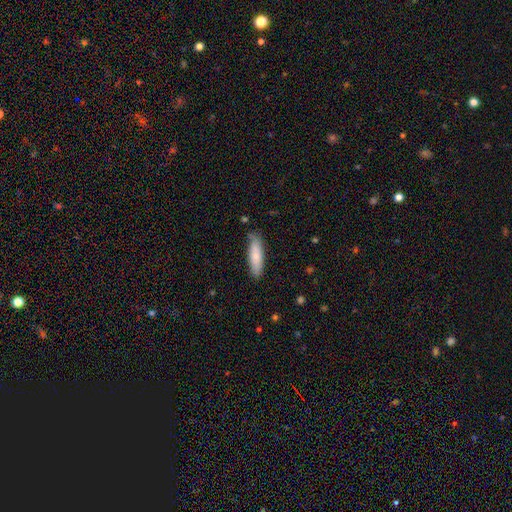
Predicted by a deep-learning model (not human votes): Smooth or featured: smooth — 78% (featured or disk — 16%)
How rounded: cigar-shaped — 69% (in between — 30%)
Merging: none — 78% (minor disturbance — 18%)